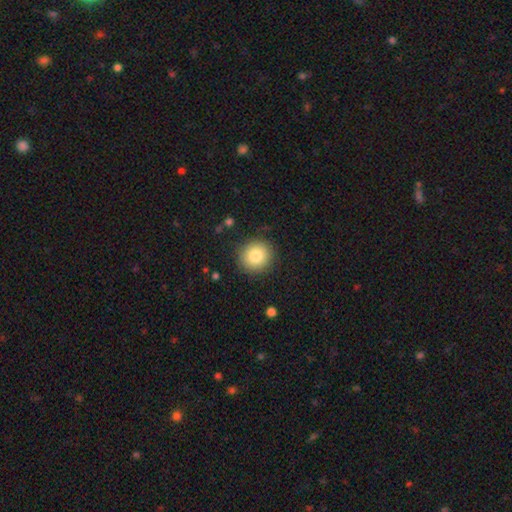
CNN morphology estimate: A smooth galaxy with no disk features (83%) that is round (91%). Merging: none (88%).